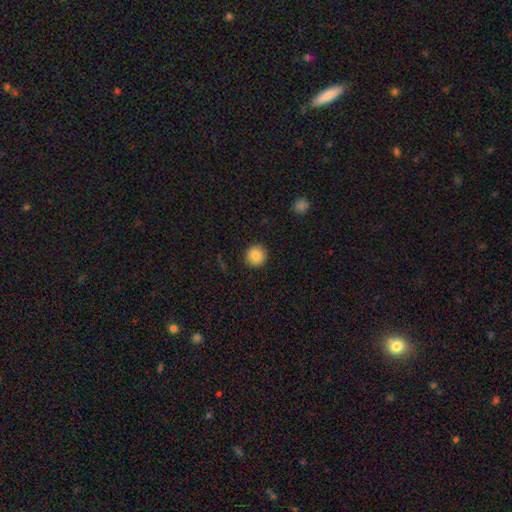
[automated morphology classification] smooth 87%, star or artifact 9%, featured or disk 4%. Down the decision tree: how rounded — round (94%); merging — none (91%).